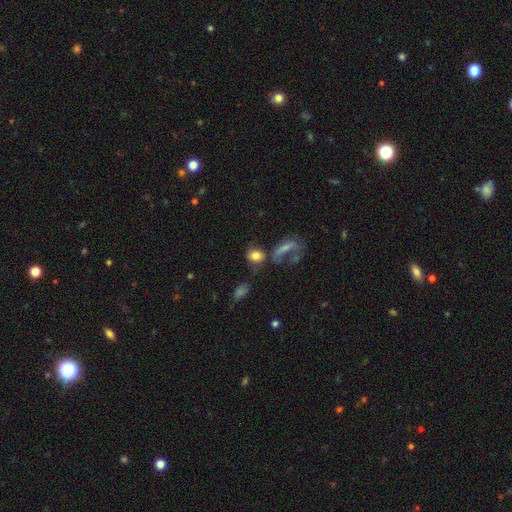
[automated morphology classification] This appears to be a smooth galaxy with no disk features (76%) that is round (51%). Merging: none (46%).